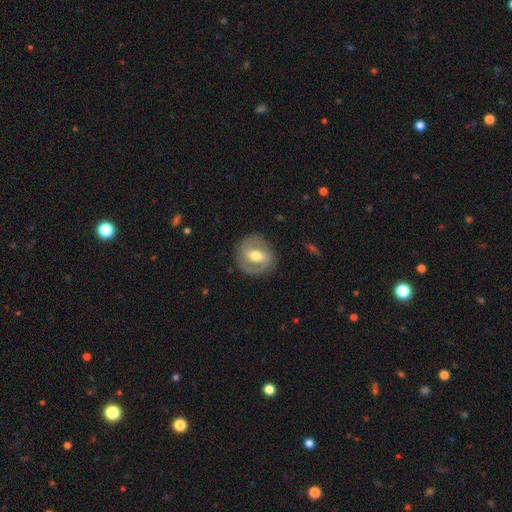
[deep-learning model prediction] The model was most divided on "bar": weak: 43%, strong: 35%, no: 22%. More confident: edge-on disk — no (95%); merging — none (84%); bulge size — moderate (74%); smooth or featured — featured or disk (67%); spiral arms — yes (67%).